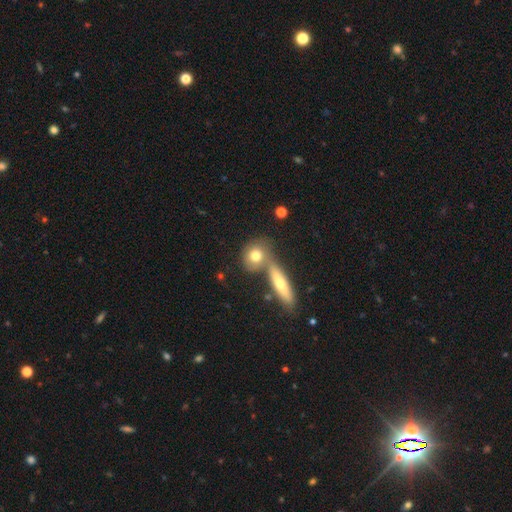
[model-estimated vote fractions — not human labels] Q: Smooth or featured?
A: smooth (73%); runner-up: featured or disk (19%)
Q: How rounded?
A: round (60%); runner-up: in between (31%)
Q: Merging?
A: none (51%); runner-up: merger (35%)